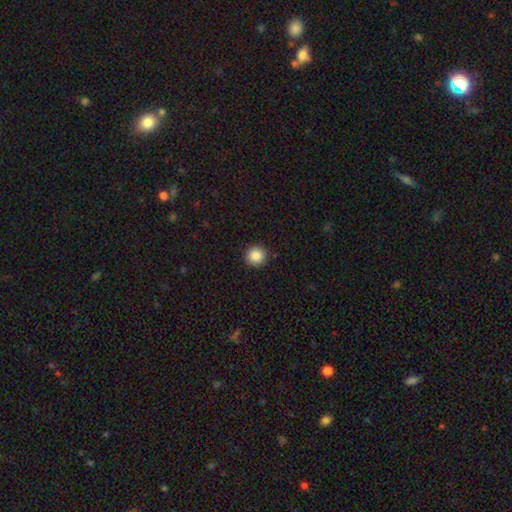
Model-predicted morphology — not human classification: This is clearly a smooth galaxy (88%). How rounded: clearly round (94%). Merging: clearly none (92%).